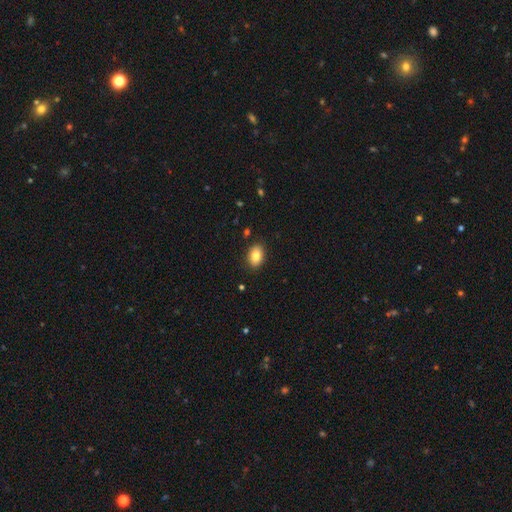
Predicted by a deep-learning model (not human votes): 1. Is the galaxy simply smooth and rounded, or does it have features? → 83% smooth, 9% featured or disk, 8% star or artifact.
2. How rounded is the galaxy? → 84% in between, 15% round, 1% cigar-shaped.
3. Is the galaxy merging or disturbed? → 88% none, 9% minor disturbance, 2% major disturbance, 1% merger.